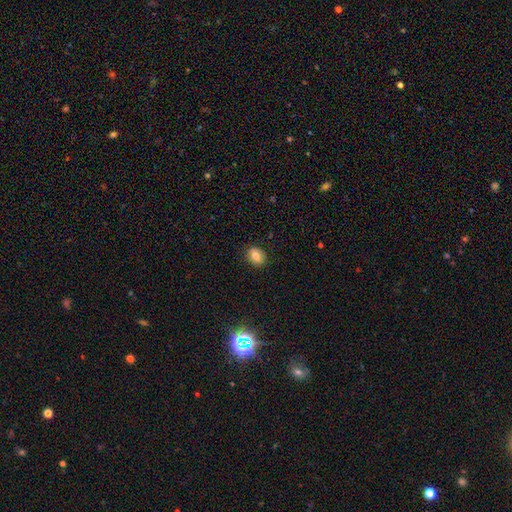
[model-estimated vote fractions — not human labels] Smooth or featured?
  - smooth: 75% *
  - featured or disk: 15%
  - star or artifact: 10%
How rounded?
  - in between: 53% *
  - round: 46%
  - cigar-shaped: 1%
Merging?
  - none: 86% *
  - minor disturbance: 10%
  - major disturbance: 2%
  - merger: 1%